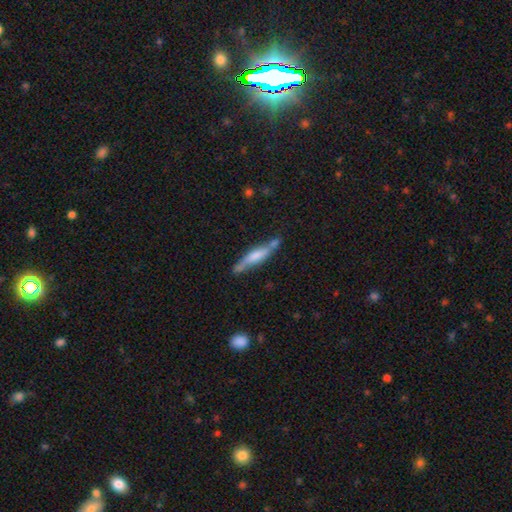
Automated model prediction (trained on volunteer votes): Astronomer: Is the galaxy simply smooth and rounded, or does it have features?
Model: featured or disk — 61%.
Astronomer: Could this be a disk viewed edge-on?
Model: yes — 87%.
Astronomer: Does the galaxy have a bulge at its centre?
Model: rounded — 73%.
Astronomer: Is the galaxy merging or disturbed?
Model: none — 75%.